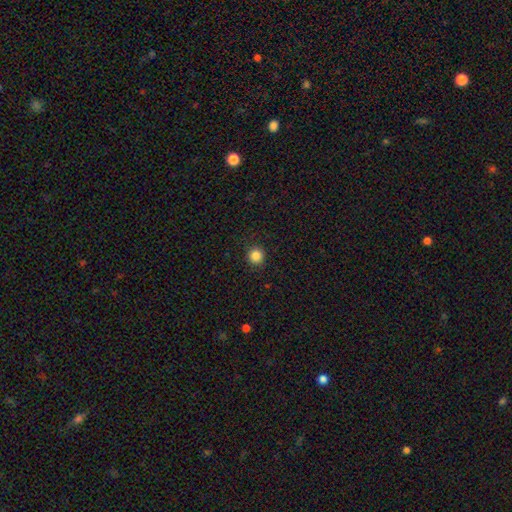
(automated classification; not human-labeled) Smooth or featured: smooth — 85% (star or artifact — 11%)
How rounded: round — 94% (in between — 5%)
Merging: none — 91% (minor disturbance — 6%)